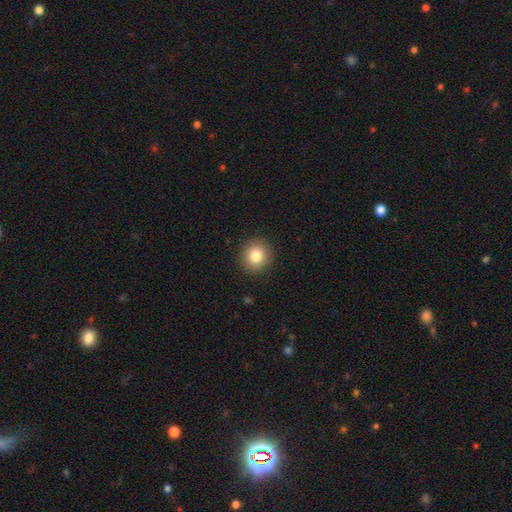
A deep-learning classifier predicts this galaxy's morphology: Smooth or featured? Predicted: smooth (p=0.83). How rounded? Predicted: round (p=0.88). Merging? Predicted: none (p=0.91).